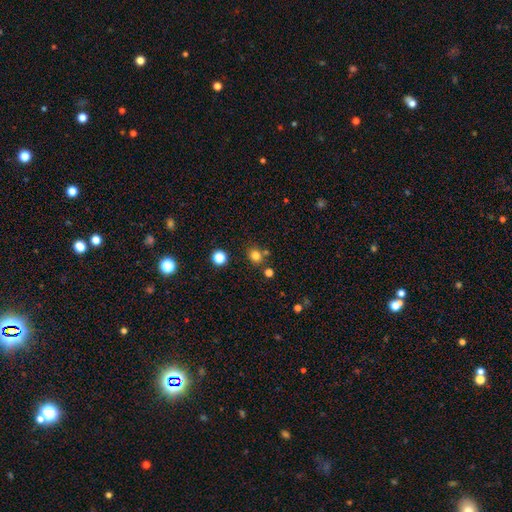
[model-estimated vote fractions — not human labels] smooth_or_featured: smooth (p=0.79) [alt: star or artifact p=0.16]
how_rounded: round (p=0.81) [alt: in between p=0.18]
merging: none (p=0.76) [alt: merger p=0.12]